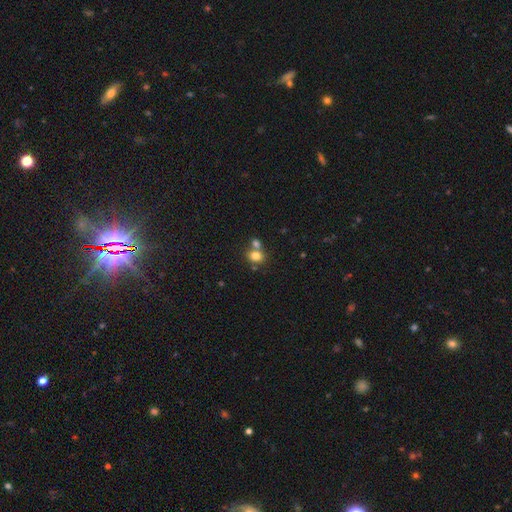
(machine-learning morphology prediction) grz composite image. It shows a smooth galaxy with no disk features (79%) that is round (64%). Merging: none (47%).